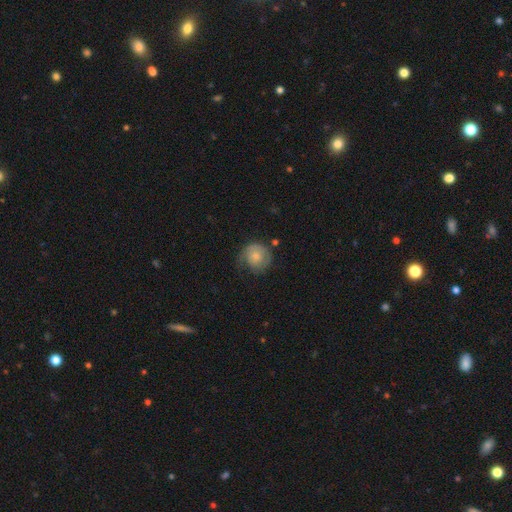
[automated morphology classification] smooth-or-featured: smooth: 56% | featured or disk: 37% | star or artifact: 7%
  how-rounded: round: 87% | in between: 12% | cigar-shaped: 1%
  merging: none: 51% | minor disturbance: 29% | major disturbance: 18% | merger: 3%